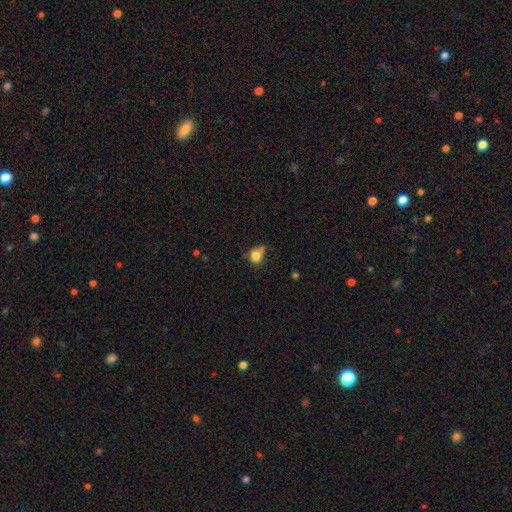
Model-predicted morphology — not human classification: A smooth galaxy with no disk features (79%) that is round (64%). Merging: none (41%).